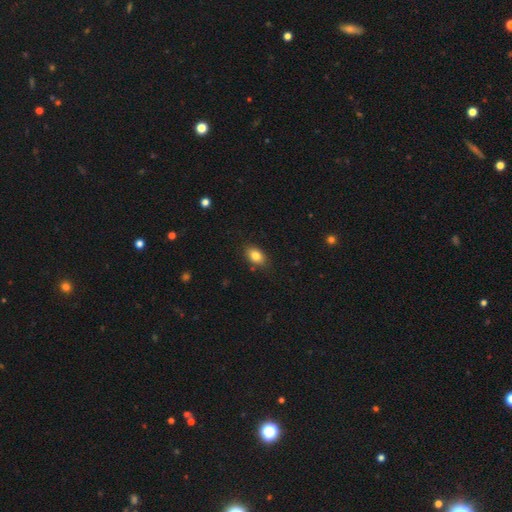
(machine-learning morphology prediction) smooth-or-featured: smooth: 82% | featured or disk: 9% | star or artifact: 9%
  how-rounded: in between: 82% | round: 16% | cigar-shaped: 2%
  merging: none: 83% | minor disturbance: 13% | major disturbance: 3% | merger: 2%